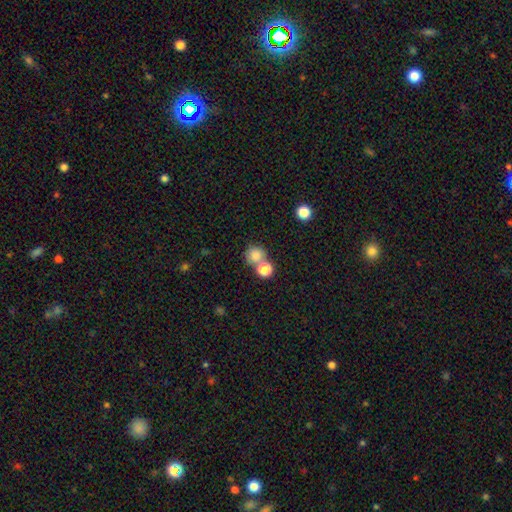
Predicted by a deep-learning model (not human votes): Smooth or featured: smooth — 81% (star or artifact — 12%)
How rounded: round — 87% (in between — 12%)
Merging: none — 53% (merger — 36%)